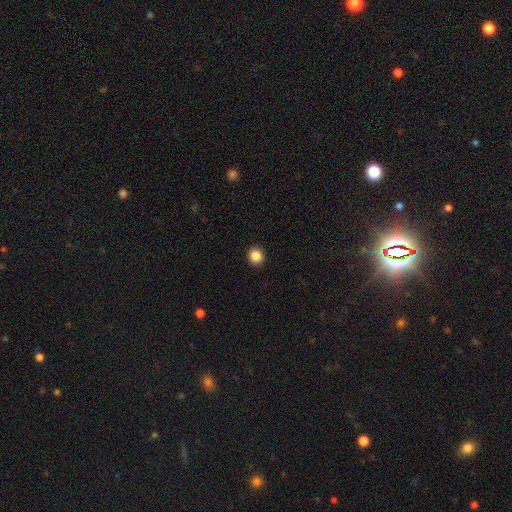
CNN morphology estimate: Smooth or featured?
  - smooth: 86% *
  - star or artifact: 10%
  - featured or disk: 4%
How rounded?
  - round: 88% *
  - in between: 11%
  - cigar-shaped: 1%
Merging?
  - none: 93% *
  - minor disturbance: 5%
  - major disturbance: 2%
  - merger: 1%